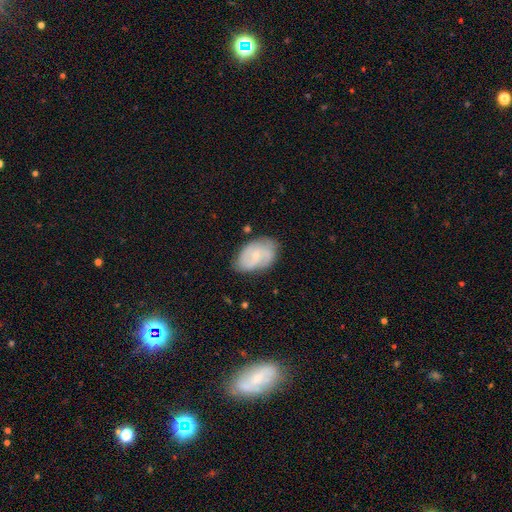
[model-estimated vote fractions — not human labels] Q: Smooth or featured?
A: featured or disk (62%); runner-up: smooth (31%)
Q: Edge-on disk?
A: no (97%); runner-up: yes (3%)
Q: Bar?
A: no (57%); runner-up: weak (37%)
Q: Spiral arms?
A: yes (86%); runner-up: no (14%)
Q: Spiral winding?
A: medium (44%); runner-up: tight (37%)
Q: Spiral arm count?
A: 2 (54%); runner-up: can't tell (25%)
Q: Bulge size?
A: small (71%); runner-up: moderate (24%)
Q: Merging?
A: none (68%); runner-up: minor disturbance (24%)